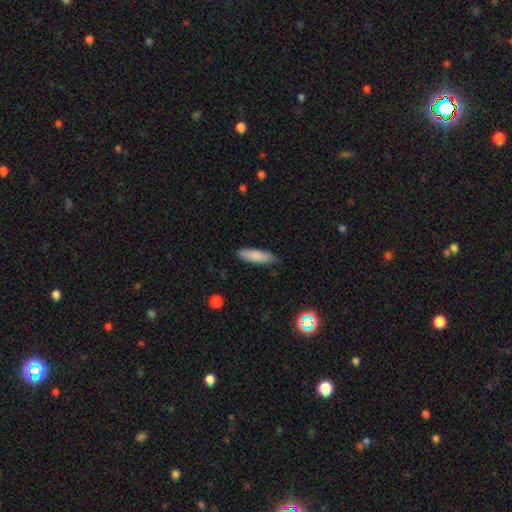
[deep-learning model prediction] Q: Smooth or featured?
A: smooth (85%); runner-up: featured or disk (9%)
Q: How rounded?
A: cigar-shaped (57%); runner-up: in between (42%)
Q: Merging?
A: none (82%); runner-up: minor disturbance (15%)